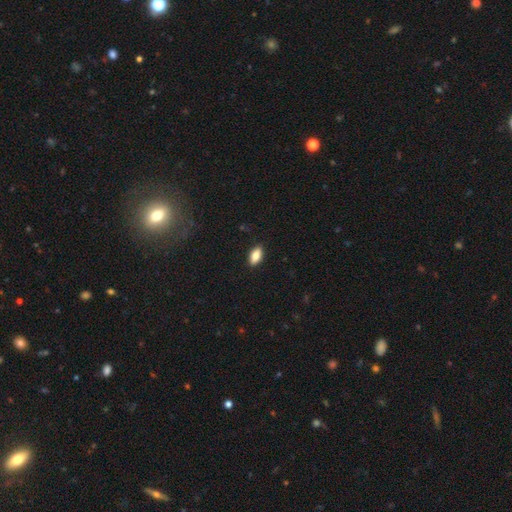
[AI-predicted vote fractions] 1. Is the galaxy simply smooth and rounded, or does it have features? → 83% smooth, 10% featured or disk, 7% star or artifact.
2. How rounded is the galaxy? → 88% in between, 9% cigar-shaped, 3% round.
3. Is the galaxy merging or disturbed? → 88% none, 9% minor disturbance, 2% major disturbance, 1% merger.